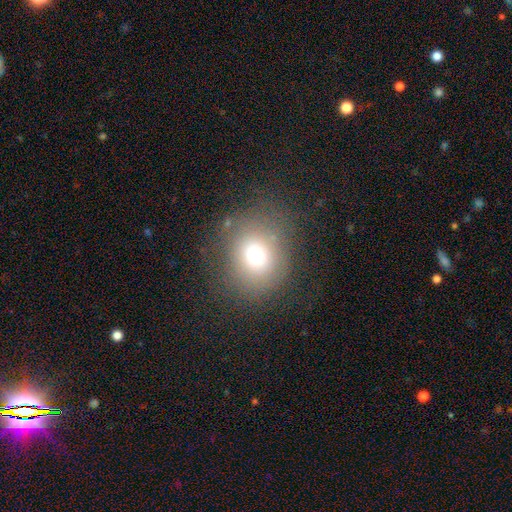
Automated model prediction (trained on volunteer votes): Smooth or featured?
  - smooth: 70% *
  - star or artifact: 17%
  - featured or disk: 12%
How rounded?
  - round: 79% *
  - in between: 20%
  - cigar-shaped: 1%
Merging?
  - none: 77% *
  - minor disturbance: 13%
  - major disturbance: 9%
  - merger: 2%